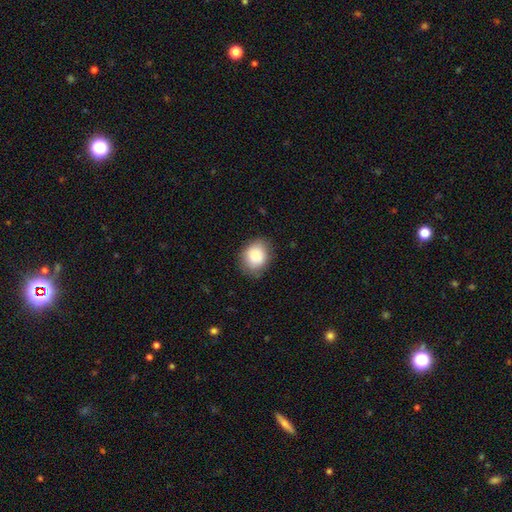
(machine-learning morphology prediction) Smooth or featured?
  - smooth: 85% *
  - star or artifact: 7%
  - featured or disk: 7%
How rounded?
  - round: 52% *
  - in between: 47%
  - cigar-shaped: 1%
Merging?
  - none: 80% *
  - minor disturbance: 15%
  - major disturbance: 4%
  - merger: 1%